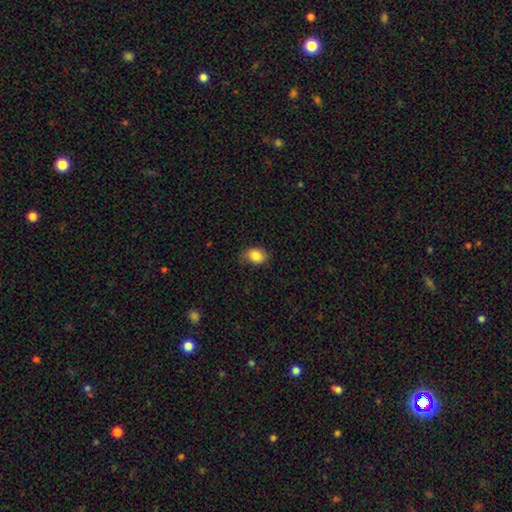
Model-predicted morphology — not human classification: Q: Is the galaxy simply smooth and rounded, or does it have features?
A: smooth — 86%.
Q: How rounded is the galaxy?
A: in between — 68%.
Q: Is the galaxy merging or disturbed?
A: none — 74%.